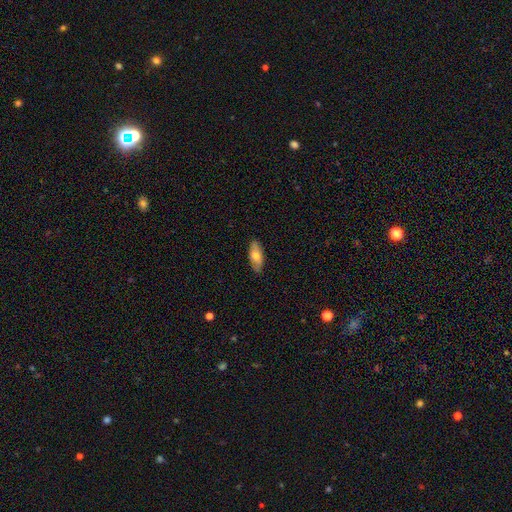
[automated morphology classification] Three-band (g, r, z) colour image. It shows a smooth galaxy with no disk features (64%) that is in between round and cigar-shaped (80%). Merging: none (85%).